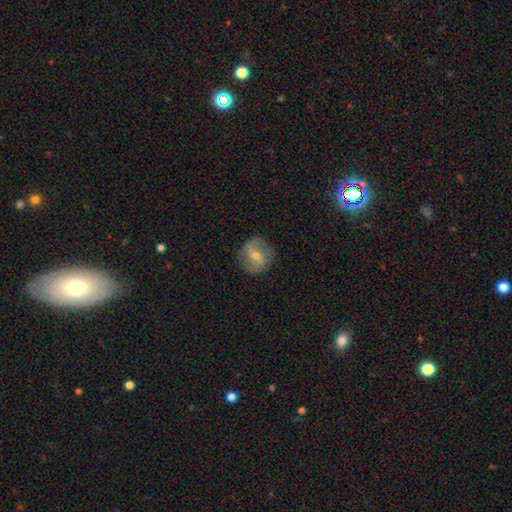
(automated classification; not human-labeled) Smooth or featured? featured or disk (65%)
Edge-on disk? no (96%)
Bar? weak (43%)
Spiral arms? yes (84%)
Spiral winding? medium (43%)
Spiral arm count? 2 (85%)
Bulge size? small (51%)
Merging? none (83%)